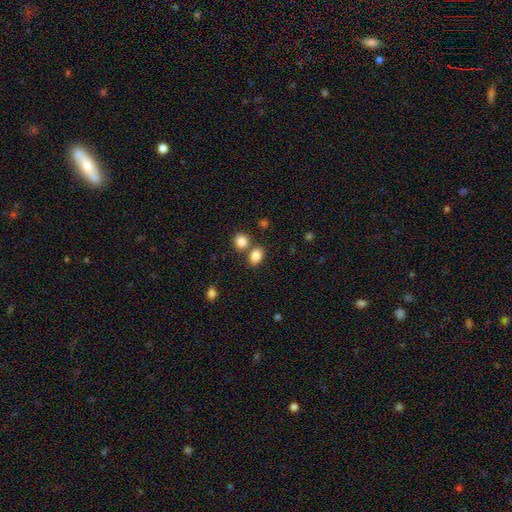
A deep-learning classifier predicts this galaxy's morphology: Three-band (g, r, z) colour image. It shows a smooth galaxy with no disk features (85%) that is in between round and cigar-shaped (71%). Merging: none (63%).